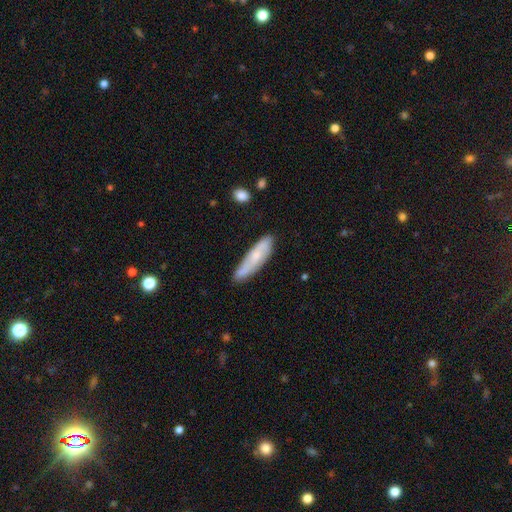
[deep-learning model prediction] A smooth galaxy with no disk features (54%) that is cigar-shaped (70%). Merging: none (72%).